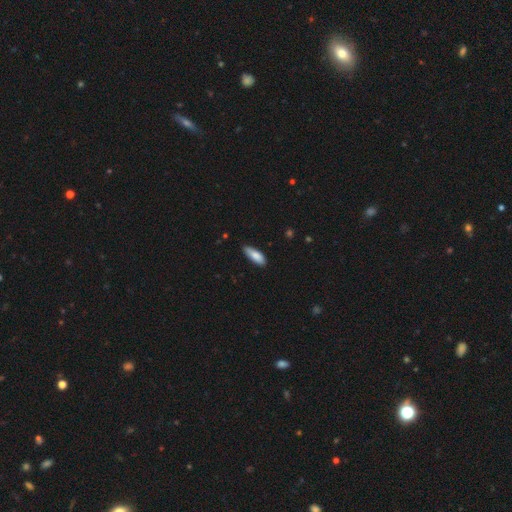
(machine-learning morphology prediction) The model was most divided on "how rounded": in between: 67%, cigar-shaped: 32%, round: 2%. More confident: smooth or featured — smooth (84%); merging — none (78%).